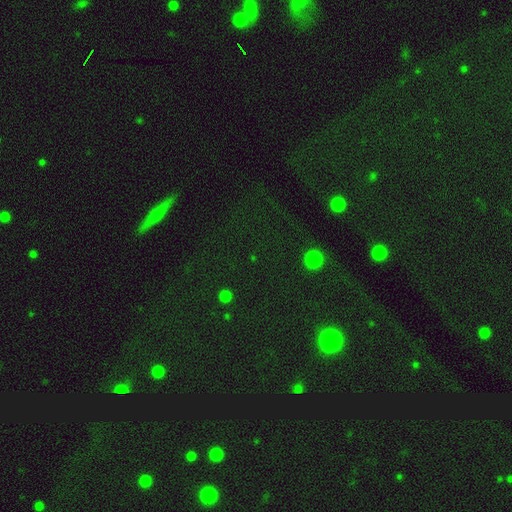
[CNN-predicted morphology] type=star or artifact (62%).